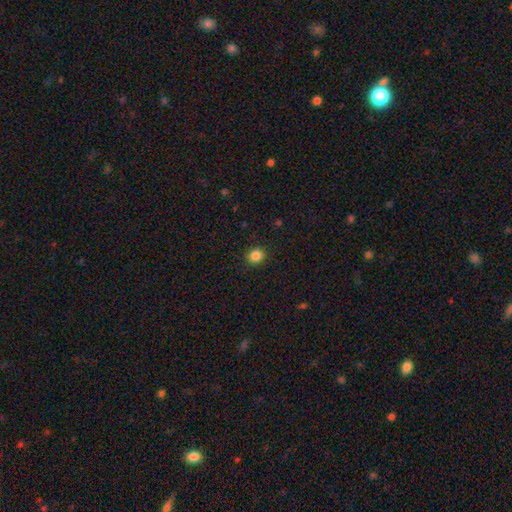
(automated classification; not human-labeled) This appears to be a smooth galaxy with no disk features (85%) that is round (83%). Merging: none (92%).